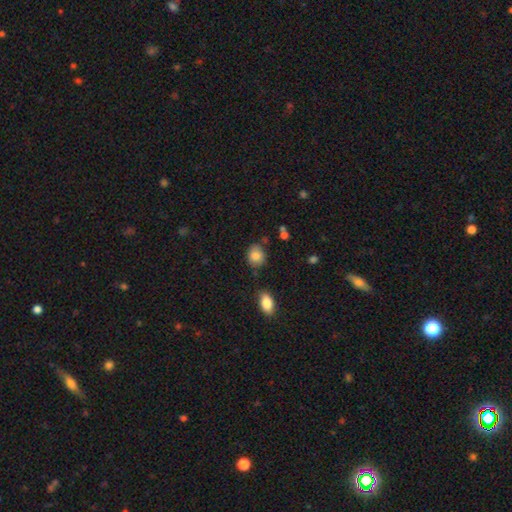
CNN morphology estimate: smooth_or_featured: smooth (p=0.85) [alt: star or artifact p=0.09]
how_rounded: round (p=0.61) [alt: in between p=0.38]
merging: none (p=0.76) [alt: minor disturbance p=0.16]